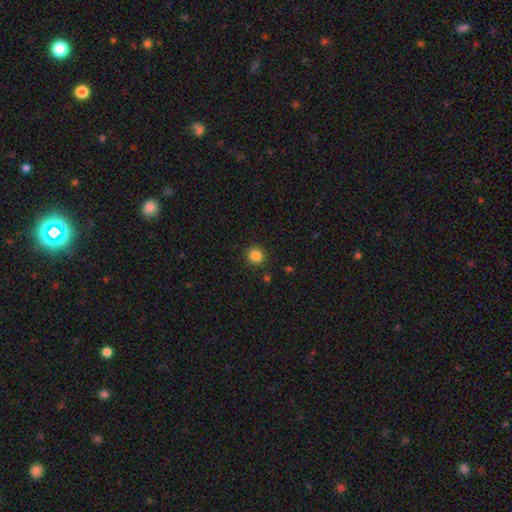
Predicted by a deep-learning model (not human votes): Smooth or featured? smooth (85%)
How rounded? round (92%)
Merging? none (90%)